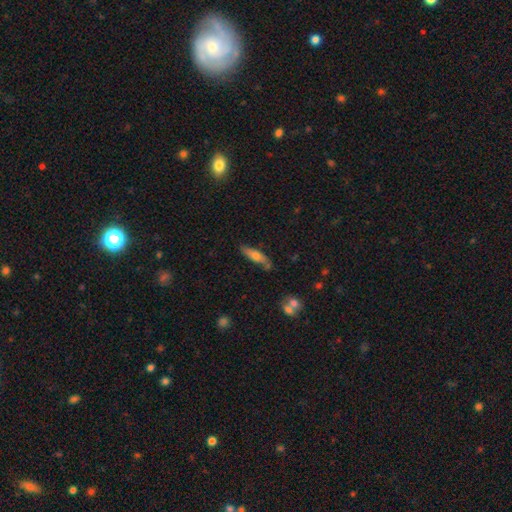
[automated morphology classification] This appears to be a smooth galaxy with no disk features (57%) that is cigar-shaped (65%). Merging: none (71%).